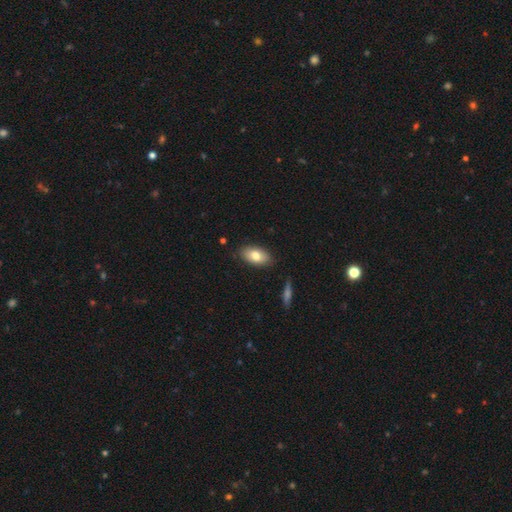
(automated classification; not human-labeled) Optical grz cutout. It shows a smooth galaxy with no disk features (79%) that is in between round and cigar-shaped (92%). Merging: none (85%).